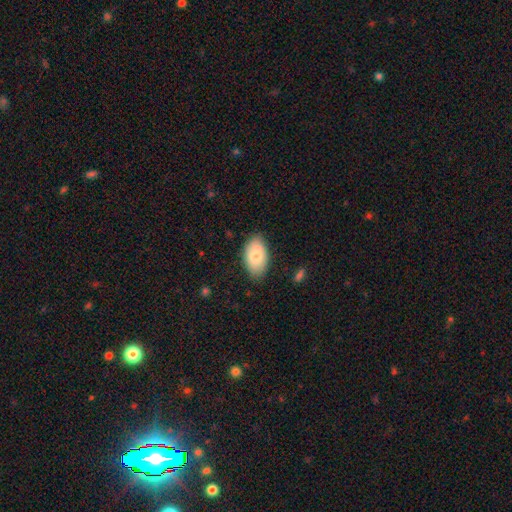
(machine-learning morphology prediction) This is clearly a smooth galaxy (80%). How rounded: clearly in between (94%). Merging: clearly none (81%).